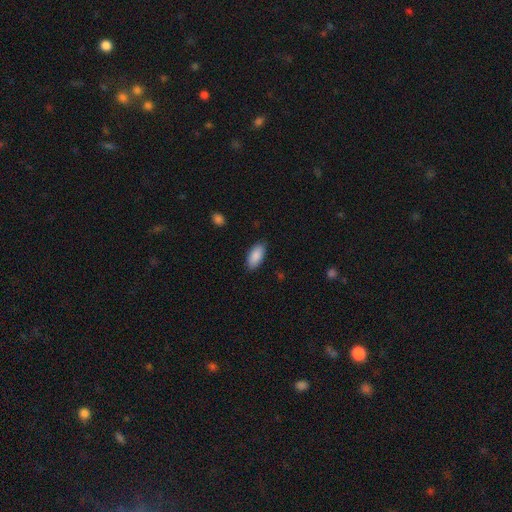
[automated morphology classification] A smooth galaxy with no disk features (89%) that is in between round and cigar-shaped (92%). Merging: none (86%).